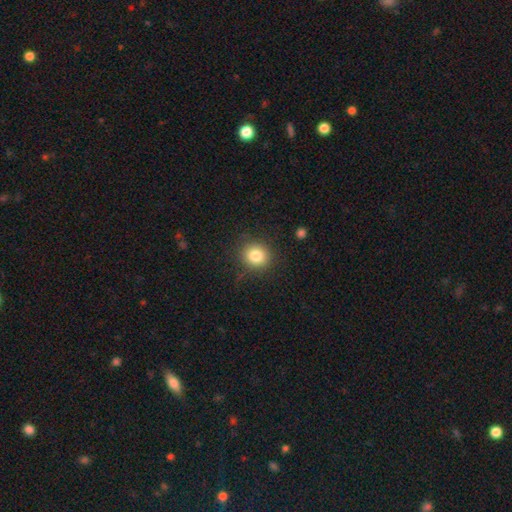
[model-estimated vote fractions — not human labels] This appears to be a smooth galaxy with no disk features (82%) that is round (85%). Merging: none (87%).